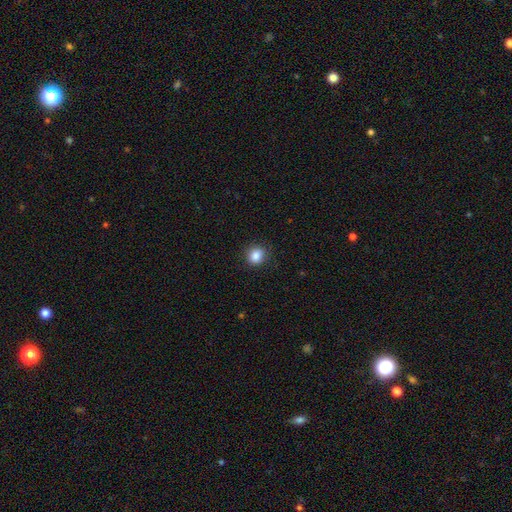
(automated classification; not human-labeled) This appears to be a smooth galaxy with no disk features (86%) that is round (76%). Merging: none (85%).